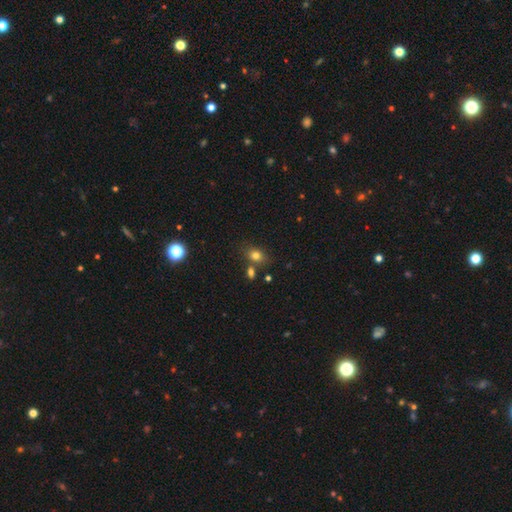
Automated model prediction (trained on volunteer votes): Smooth or featured: smooth — 78% (star or artifact — 13%)
How rounded: in between — 67% (round — 31%)
Merging: none — 66% (merger — 16%)